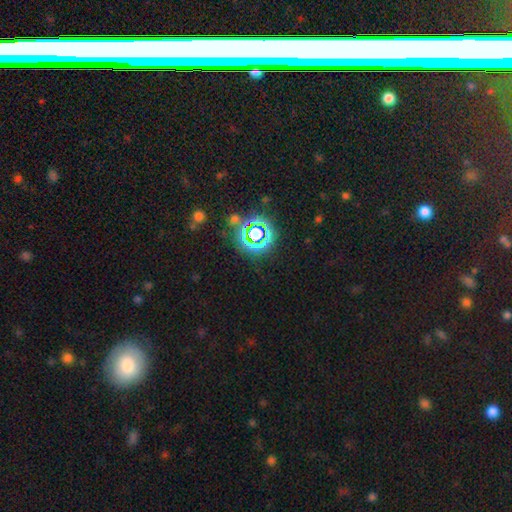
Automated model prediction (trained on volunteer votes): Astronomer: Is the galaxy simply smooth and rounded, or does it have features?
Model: star or artifact — 75%.